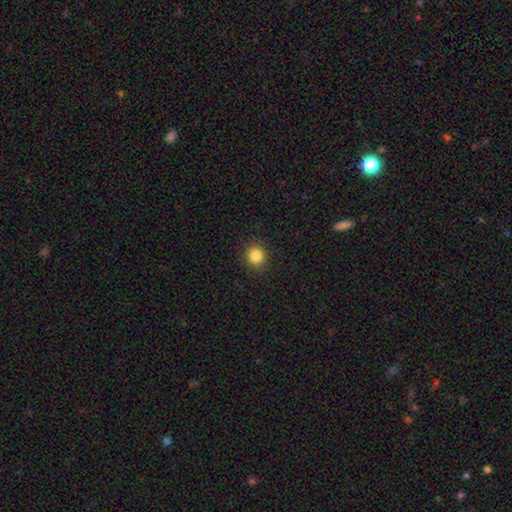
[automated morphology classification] Overall: smooth (85%). How rounded: round (92%). Merging: none (92%).